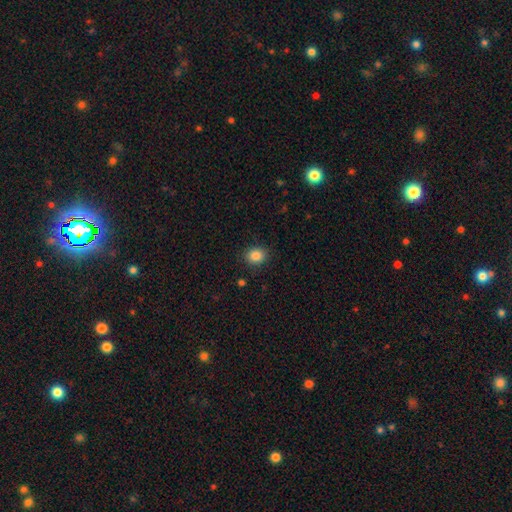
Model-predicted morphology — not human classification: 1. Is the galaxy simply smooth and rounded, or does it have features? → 86% smooth, 10% star or artifact, 4% featured or disk.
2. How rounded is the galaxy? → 59% round, 40% in between, 1% cigar-shaped.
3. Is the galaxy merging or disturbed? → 88% none, 8% minor disturbance, 3% major disturbance, 1% merger.